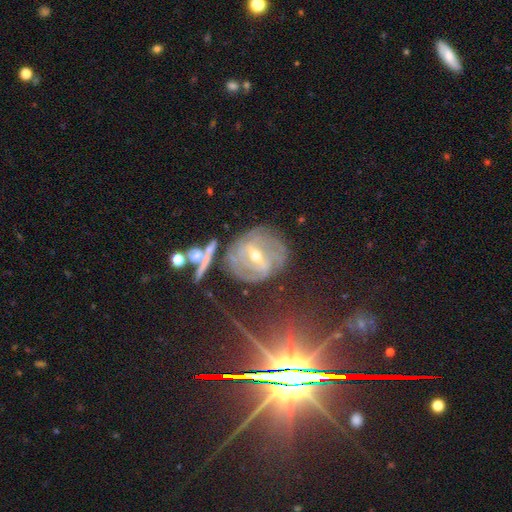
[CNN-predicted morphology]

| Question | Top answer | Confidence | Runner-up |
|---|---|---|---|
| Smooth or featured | featured or disk | 81% | smooth (10%) |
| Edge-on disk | no | 95% | yes (5%) |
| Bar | weak | 44% | strong (41%) |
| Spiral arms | yes | 90% | no (10%) |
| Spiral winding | tight | 64% | medium (26%) |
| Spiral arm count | can't tell | 39% | 2 (20%) |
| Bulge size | moderate | 55% | small (41%) |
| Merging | none | 68% | minor disturbance (17%) |